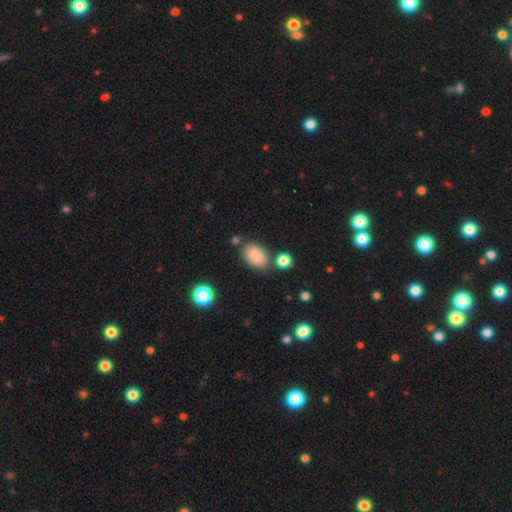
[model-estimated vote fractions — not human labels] A smooth galaxy with no disk features (87%) that is in between round and cigar-shaped (90%).

Vote fractions:
- Smooth or featured? smooth: 87% / star or artifact: 8% / featured or disk: 5%
- How rounded? in between: 90% / round: 8% / cigar-shaped: 1%
- Merging? none: 72% / minor disturbance: 14% / merger: 10% / major disturbance: 4%